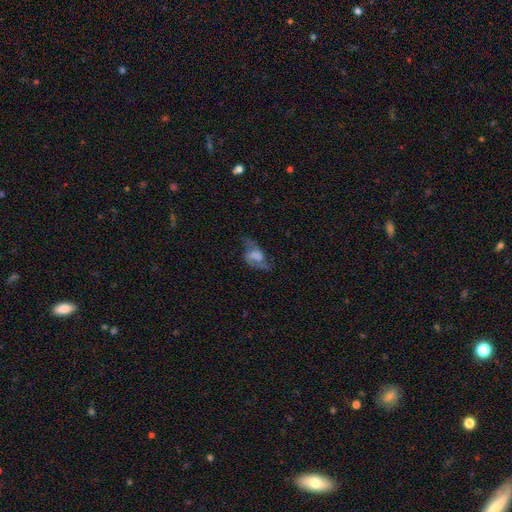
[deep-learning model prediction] This appears to be a featured or disk galaxy (59%) with no bar (47%), spiral arms (80%) and no central bulge (39%). Merging: none (45%).